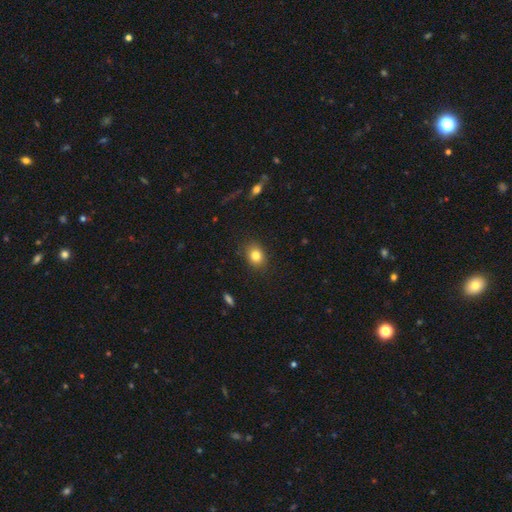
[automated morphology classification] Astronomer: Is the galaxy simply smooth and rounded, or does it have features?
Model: smooth — 81%.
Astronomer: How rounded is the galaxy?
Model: in between — 51% (runner-up: round, 48%).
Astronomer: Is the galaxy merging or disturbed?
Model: none — 86%.